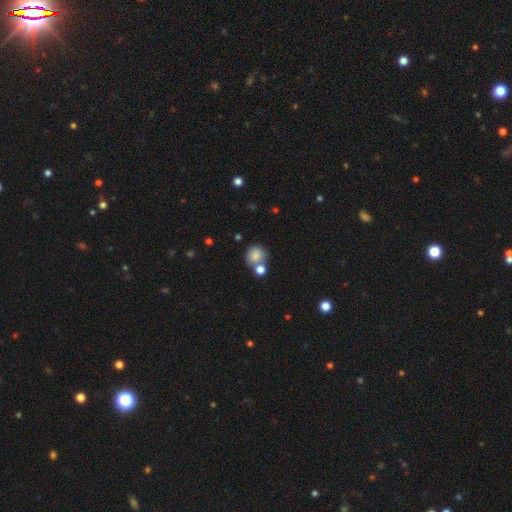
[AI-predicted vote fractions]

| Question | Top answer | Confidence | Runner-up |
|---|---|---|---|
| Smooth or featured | smooth | 82% | star or artifact (10%) |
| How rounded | round | 86% | in between (13%) |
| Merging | none | 58% | merger (28%) |